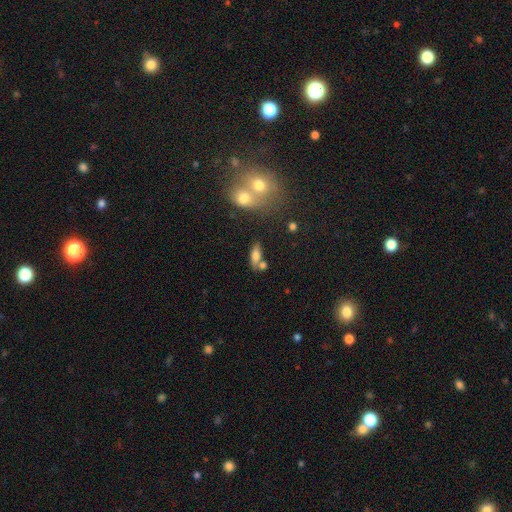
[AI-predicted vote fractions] smooth_or_featured: smooth (p=0.72) [alt: featured or disk p=0.18]
how_rounded: in between (p=0.74) [alt: cigar-shaped p=0.20]
merging: none (p=0.52) [alt: merger p=0.28]